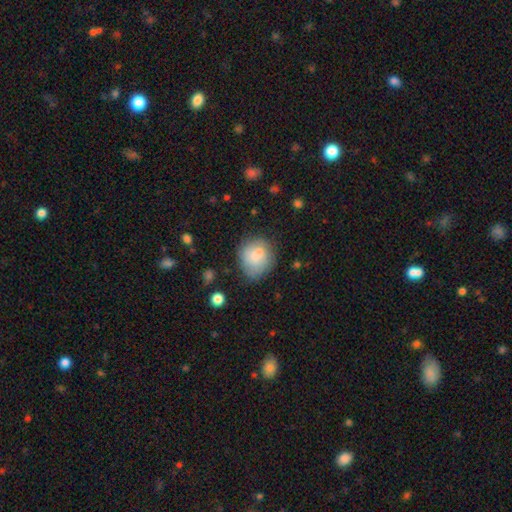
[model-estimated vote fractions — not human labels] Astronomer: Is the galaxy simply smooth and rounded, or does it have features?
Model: smooth — 75%.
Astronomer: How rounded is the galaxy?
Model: round — 76%.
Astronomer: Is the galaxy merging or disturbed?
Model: none — 62%.